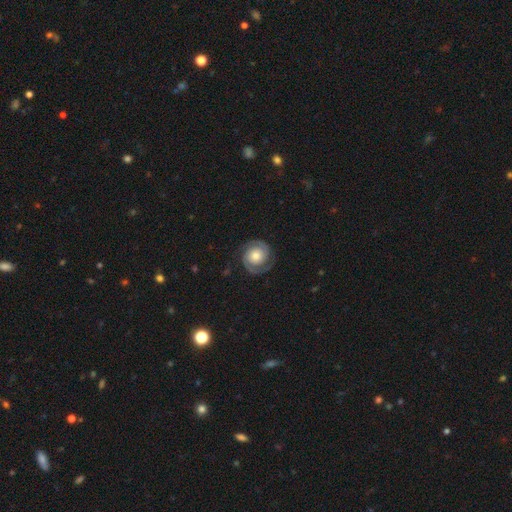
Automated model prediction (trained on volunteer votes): This is clearly a featured or disk galaxy (86%). It is clearly not viewed edge-on (98%). Bar: likely no (77%). Spiral arm pattern: clearly yes (97%). Spiral arm count: clearly 2 (93%). Spiral winding: possibly tight (59%). Central bulge: possibly moderate (59%). Merging: clearly none (84%).